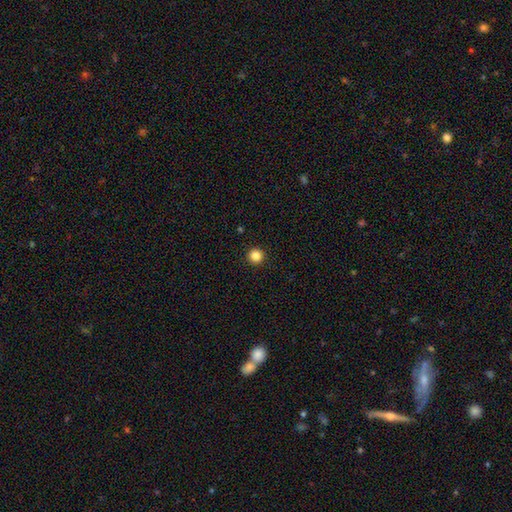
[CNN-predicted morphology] A smooth galaxy with no disk features (85%) that is round (96%). Merging: none (94%).